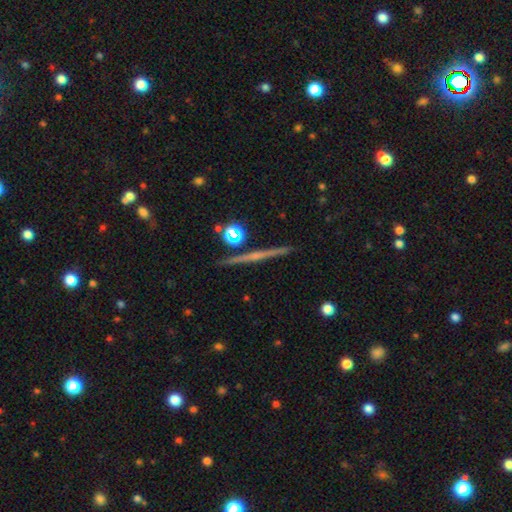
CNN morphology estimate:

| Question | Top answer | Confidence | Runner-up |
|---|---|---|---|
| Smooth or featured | featured or disk | 71% | smooth (21%) |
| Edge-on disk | yes | 98% | no (2%) |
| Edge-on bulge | none | 50% | rounded (40%) |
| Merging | none | 91% | minor disturbance (5%) |